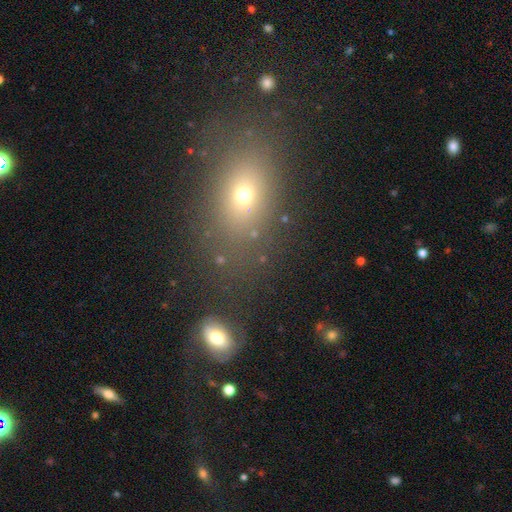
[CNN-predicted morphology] smooth 59%, star or artifact 26%, featured or disk 15%. Down the decision tree: how rounded — in between (66%); merging — none (77%).